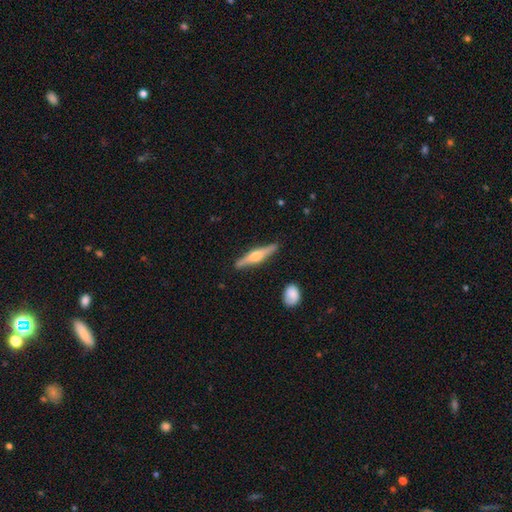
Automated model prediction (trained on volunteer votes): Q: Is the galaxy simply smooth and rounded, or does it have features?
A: featured or disk — 69%.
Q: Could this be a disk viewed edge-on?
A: yes — 97%.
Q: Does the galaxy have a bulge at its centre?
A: rounded — 87%.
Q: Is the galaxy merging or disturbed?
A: none — 88%.